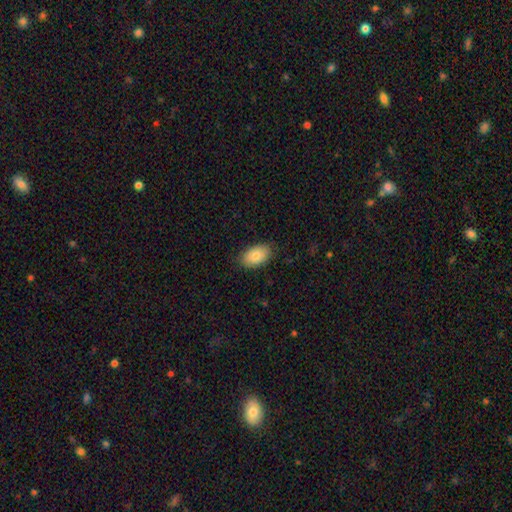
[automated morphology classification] This appears to be a smooth galaxy with no disk features (83%) that is in between round and cigar-shaped (93%). Merging: none (84%).